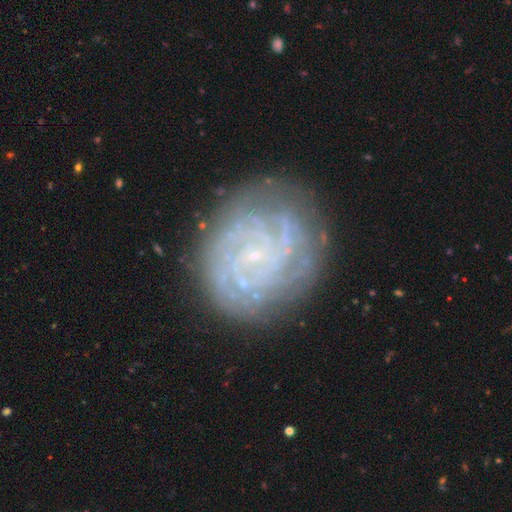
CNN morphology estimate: Overall: featured or disk (82%). Edge-on disk: no (98%). Bar: no (74%). Spiral arms: yes (94%). Spiral arm count: can't tell (32%; 4 21%). Spiral winding: tight (77%). Bulge size: small (88%). Merging: none (78%).